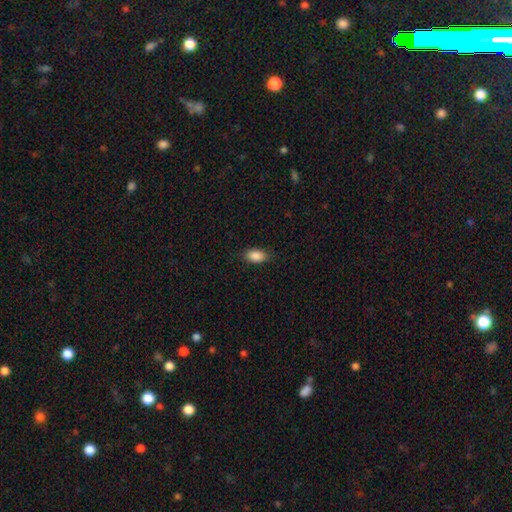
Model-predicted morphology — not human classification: Smooth or featured: smooth — 88% (star or artifact — 8%)
How rounded: in between — 90% (round — 8%)
Merging: none — 85% (minor disturbance — 12%)